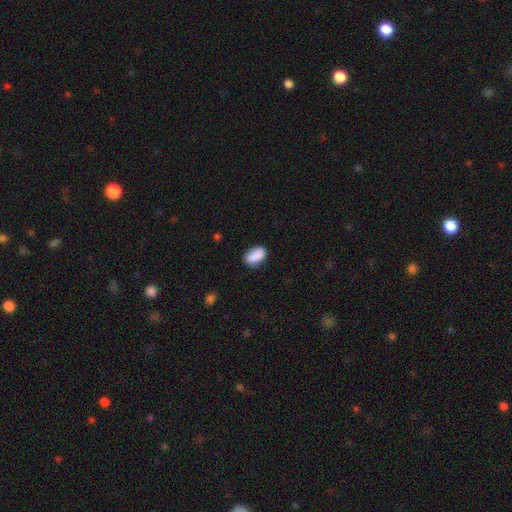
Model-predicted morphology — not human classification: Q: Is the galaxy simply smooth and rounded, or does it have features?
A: smooth — 89%.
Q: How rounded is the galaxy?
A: in between — 91%.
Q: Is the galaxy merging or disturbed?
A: none — 81%.